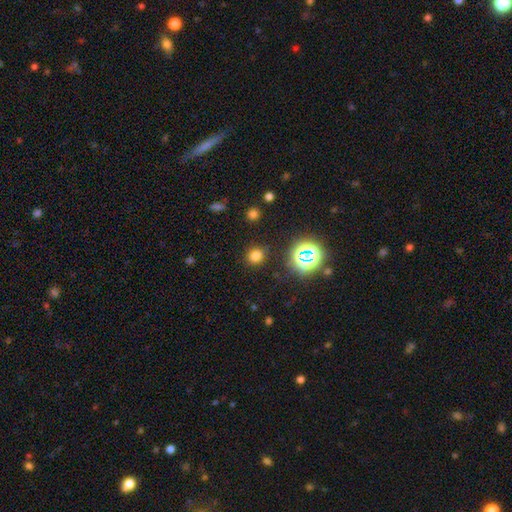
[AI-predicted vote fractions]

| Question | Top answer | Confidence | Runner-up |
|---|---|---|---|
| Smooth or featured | smooth | 72% | star or artifact (23%) |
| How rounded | round | 85% | in between (14%) |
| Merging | none | 87% | minor disturbance (8%) |